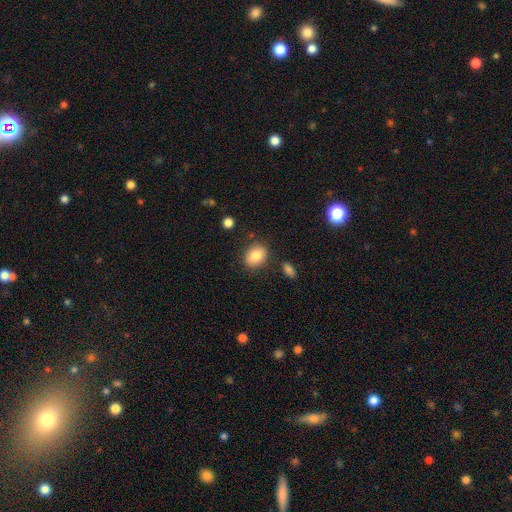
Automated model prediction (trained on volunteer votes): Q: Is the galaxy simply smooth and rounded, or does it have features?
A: smooth — 83%.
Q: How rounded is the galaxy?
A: in between — 51%.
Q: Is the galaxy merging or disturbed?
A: none — 81%.